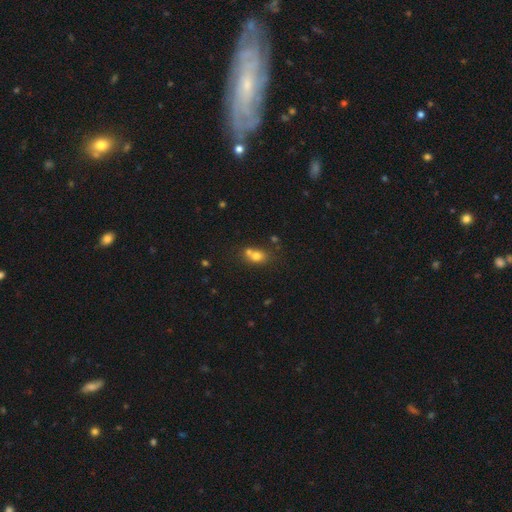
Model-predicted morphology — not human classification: The model was most divided on "how rounded" (2-way tie): in between: 49%, round: 49%, cigar-shaped: 2%. Remaining: smooth or featured — smooth (72%); merging — merger (47%).